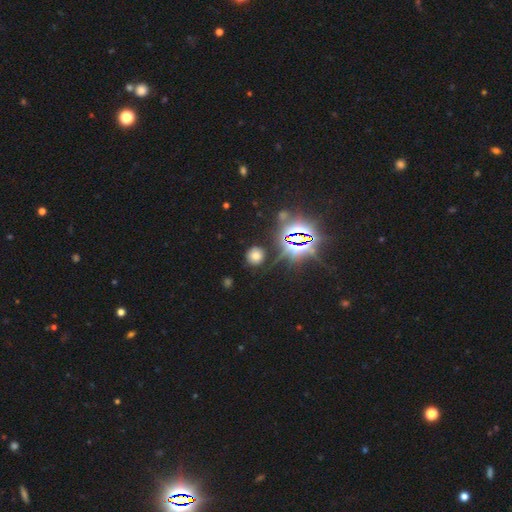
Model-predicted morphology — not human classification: smooth-or-featured: smooth: 59% | star or artifact: 33% | featured or disk: 9%
  how-rounded: round: 87% | in between: 12% | cigar-shaped: 1%
  merging: none: 83% | minor disturbance: 11% | major disturbance: 4% | merger: 3%